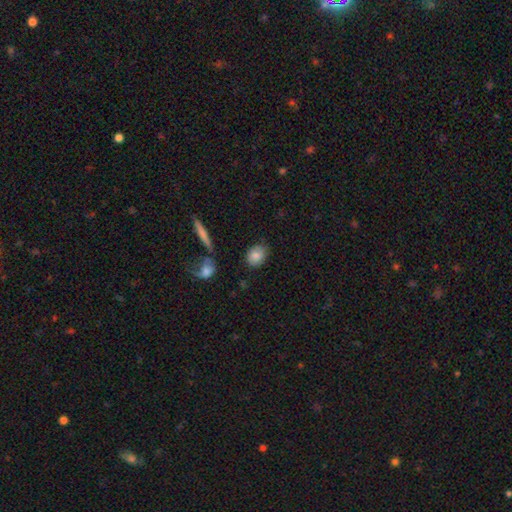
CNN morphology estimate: A smooth galaxy with no disk features (81%) that is in between round and cigar-shaped (55%). Merging: none (79%).